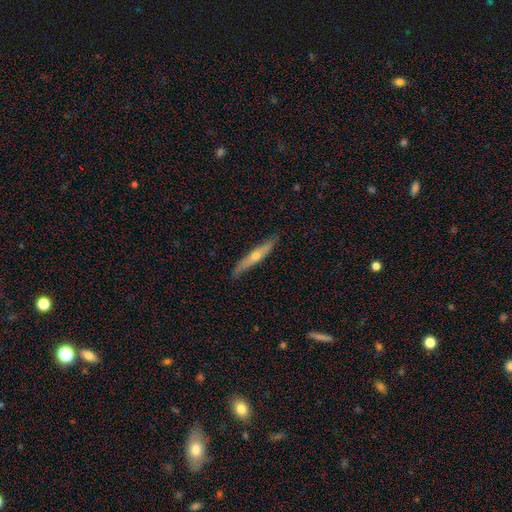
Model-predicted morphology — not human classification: The model was most divided on "smooth or featured": featured or disk: 57%, smooth: 38%, star or artifact: 6%. More confident: edge-on disk — yes (93%); merging — none (85%); edge-on bulge — rounded (82%).